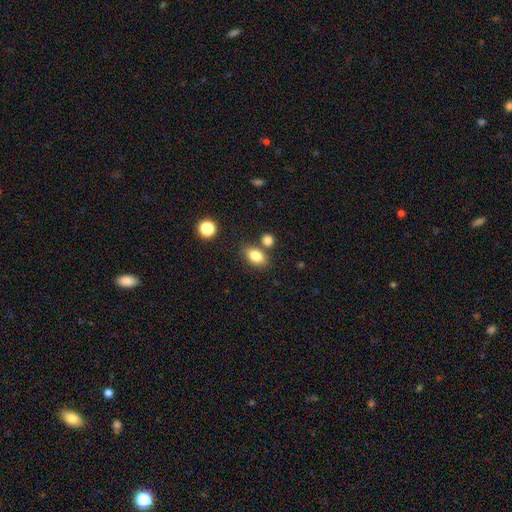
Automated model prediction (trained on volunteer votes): Overall: smooth (83%). How rounded: in between (83%). Merging: none (71%).